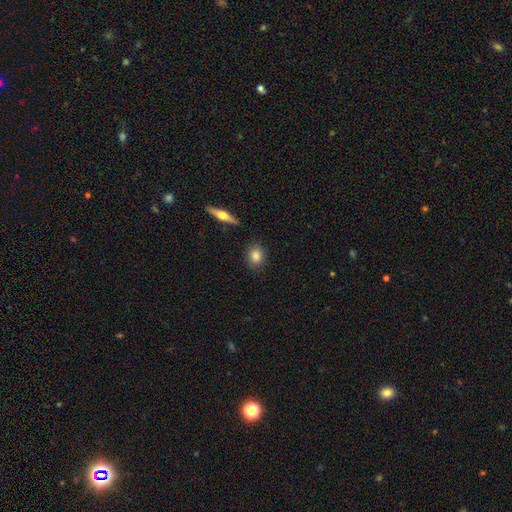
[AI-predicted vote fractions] smooth-or-featured: smooth: 83% | featured or disk: 10% | star or artifact: 7%
  how-rounded: in between: 49% | round: 47% | cigar-shaped: 4%
  merging: none: 85% | minor disturbance: 10% | merger: 2% | major disturbance: 2%